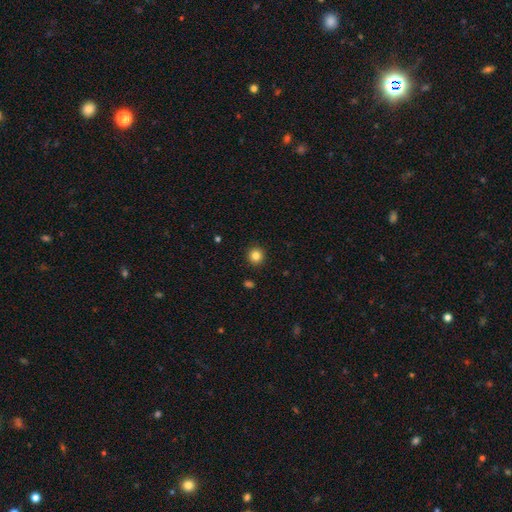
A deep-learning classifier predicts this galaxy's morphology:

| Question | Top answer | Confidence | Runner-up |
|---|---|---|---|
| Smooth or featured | smooth | 83% | star or artifact (12%) |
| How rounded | round | 94% | in between (5%) |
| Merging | none | 92% | minor disturbance (5%) |